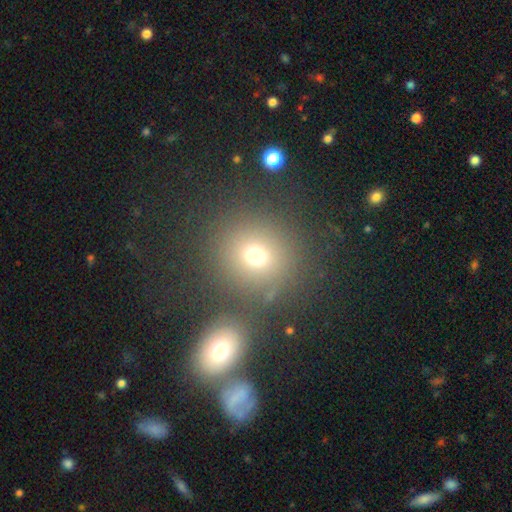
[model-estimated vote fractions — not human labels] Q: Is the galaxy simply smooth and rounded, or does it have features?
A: smooth — 71%.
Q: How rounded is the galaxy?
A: round — 86%.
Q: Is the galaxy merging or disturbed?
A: none — 74%.